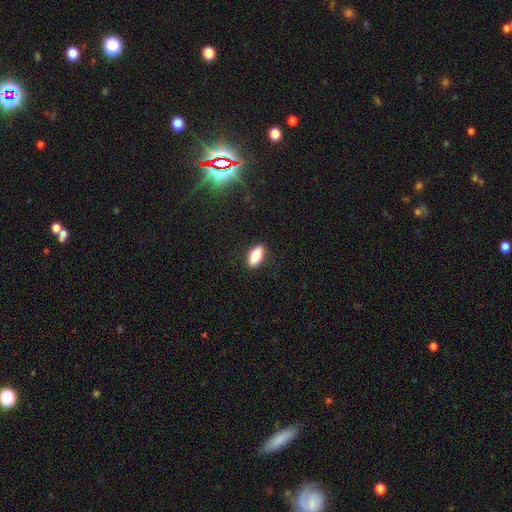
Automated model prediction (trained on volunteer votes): Morphology: type=smooth (80%); roundness=in between (85%); merging=none (88%).